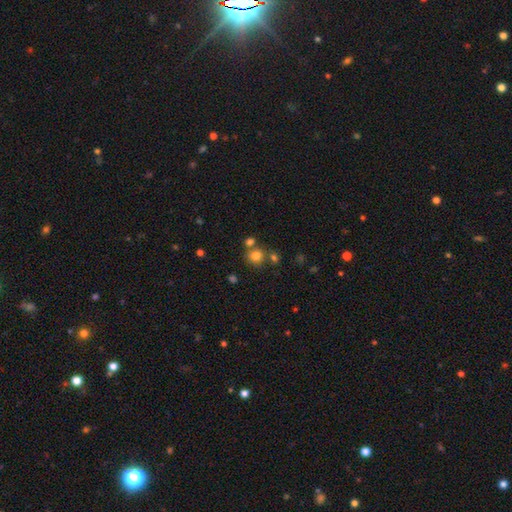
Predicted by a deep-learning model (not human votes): This appears to be a smooth galaxy with no disk features (78%) that is round (87%). Merging: none (68%).